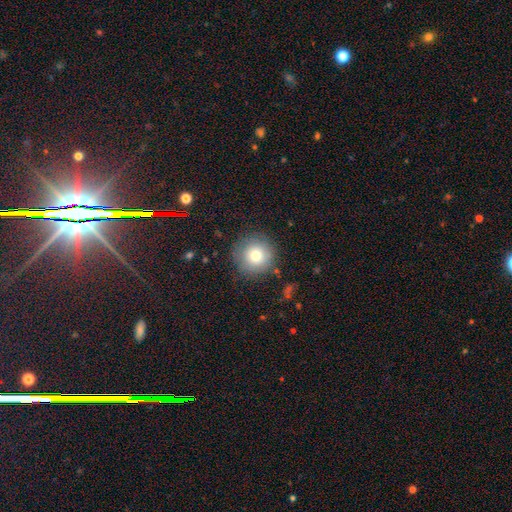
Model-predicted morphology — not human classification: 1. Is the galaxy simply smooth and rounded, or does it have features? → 75% smooth, 13% featured or disk, 11% star or artifact.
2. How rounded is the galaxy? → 95% round, 4% in between, 1% cigar-shaped.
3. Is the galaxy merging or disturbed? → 85% none, 10% minor disturbance, 4% major disturbance, 2% merger.